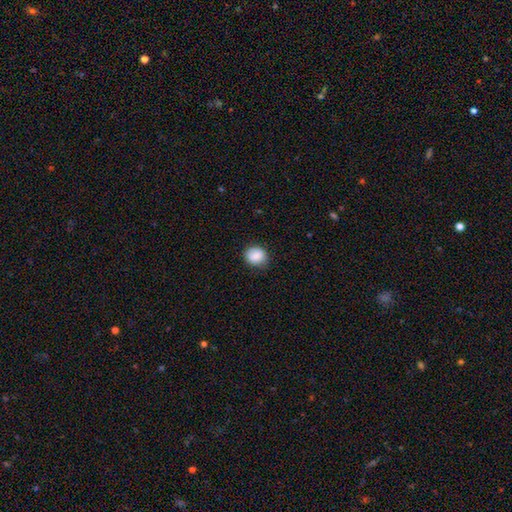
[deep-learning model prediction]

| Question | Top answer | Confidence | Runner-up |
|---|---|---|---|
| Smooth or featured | smooth | 88% | star or artifact (8%) |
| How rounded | round | 74% | in between (25%) |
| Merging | none | 81% | minor disturbance (15%) |